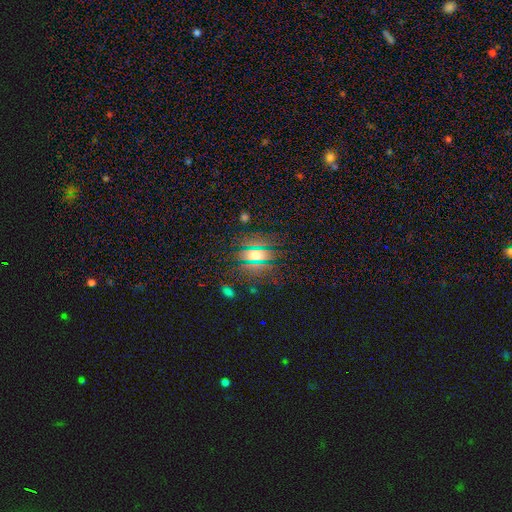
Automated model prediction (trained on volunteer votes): Smooth or featured: smooth — 43% (star or artifact — 41%)
Merging: none — 80% (minor disturbance — 12%)